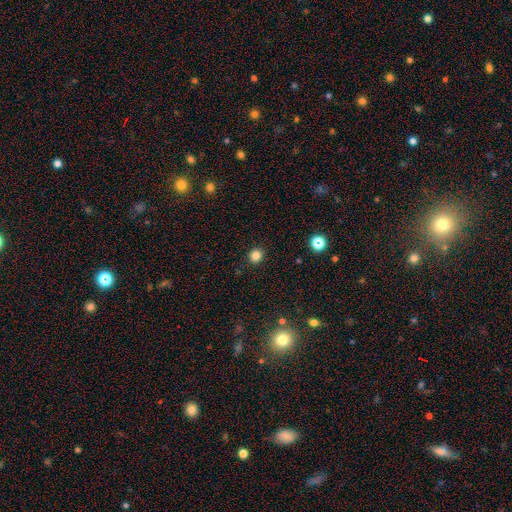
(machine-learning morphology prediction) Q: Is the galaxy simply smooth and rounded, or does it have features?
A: smooth — 83%.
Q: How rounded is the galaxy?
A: round — 87%.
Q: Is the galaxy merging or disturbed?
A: none — 92%.